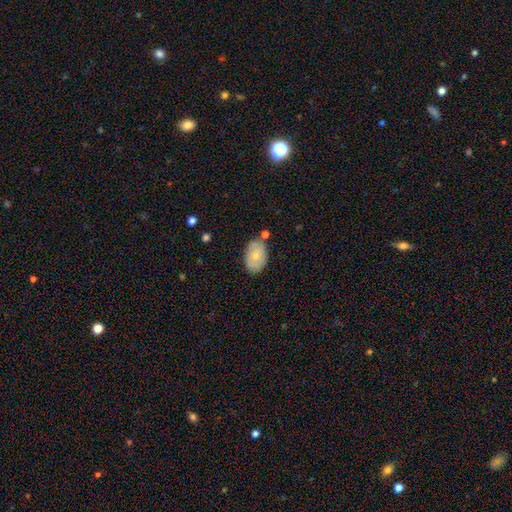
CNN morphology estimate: smooth 77%, featured or disk 17%, star or artifact 6%. Down the decision tree: how rounded — in between (91%); merging — none (76%).